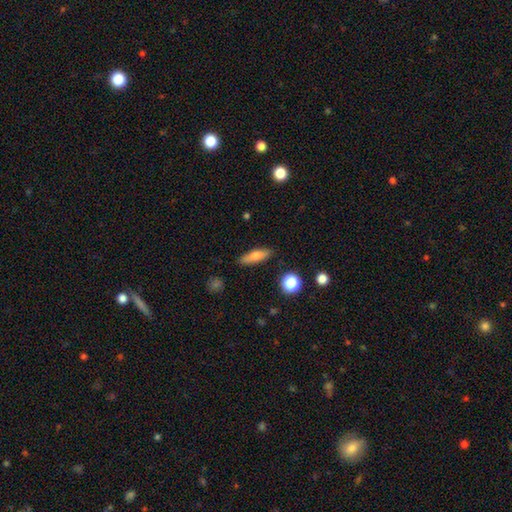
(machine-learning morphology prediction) This appears to be a smooth galaxy with no disk features (74%) that is cigar-shaped (53%). Merging: none (86%).